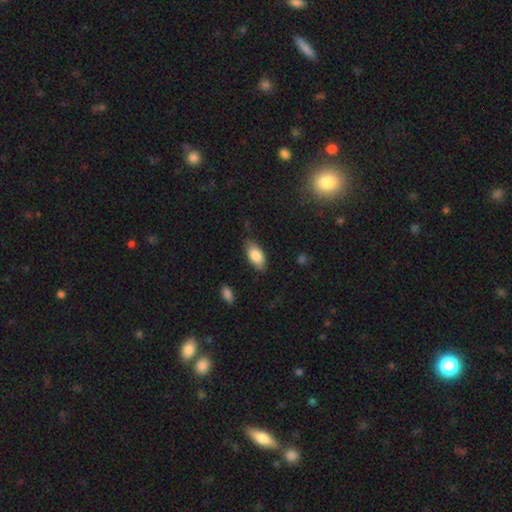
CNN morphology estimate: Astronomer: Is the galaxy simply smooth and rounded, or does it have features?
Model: smooth — 83%.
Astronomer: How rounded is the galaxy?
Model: in between — 90%.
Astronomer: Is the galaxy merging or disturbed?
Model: none — 75%.